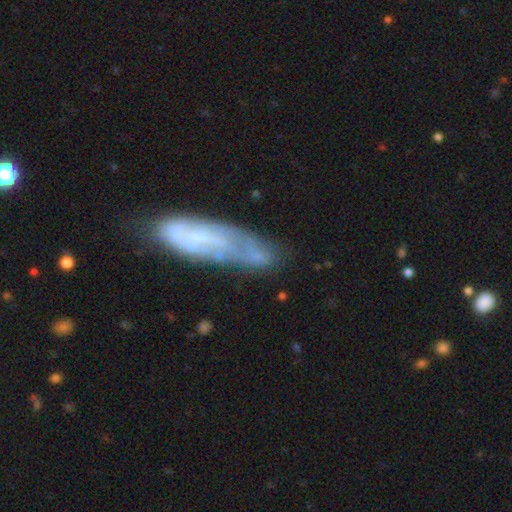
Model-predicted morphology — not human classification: Smooth or featured? featured or disk (44%)
Merging? none (61%)